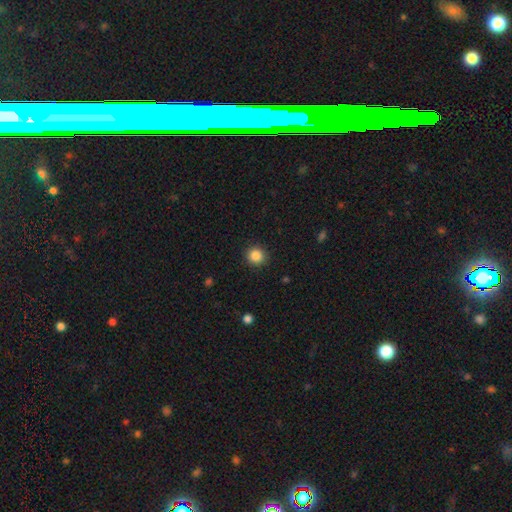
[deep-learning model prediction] Overall: smooth (86%). How rounded: round (93%). Merging: none (91%).